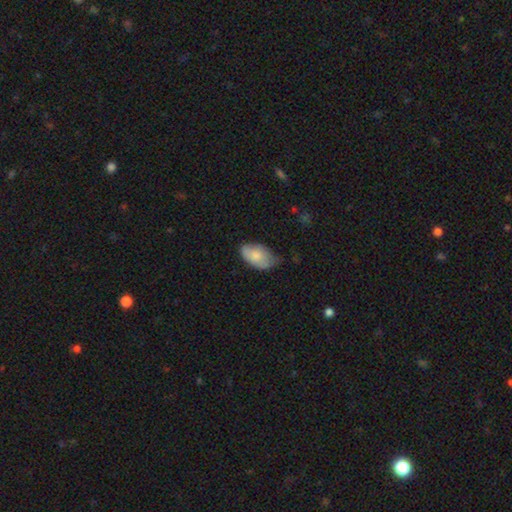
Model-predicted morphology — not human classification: smooth-or-featured: smooth: 77% | featured or disk: 16% | star or artifact: 6%
  how-rounded: in between: 94% | round: 5% | cigar-shaped: 2%
  merging: none: 49% | minor disturbance: 41% | major disturbance: 9% | merger: 2%